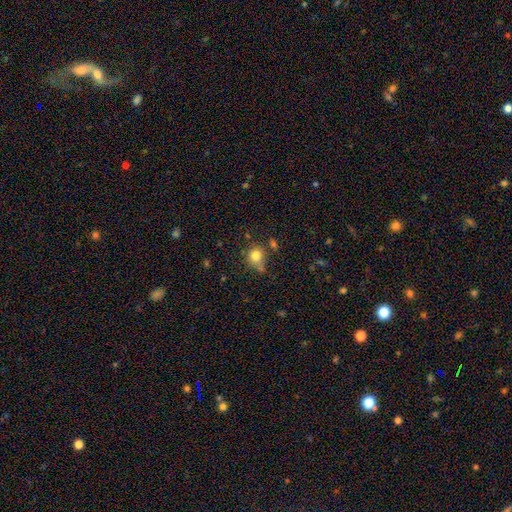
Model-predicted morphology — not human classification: type=smooth (80%); roundness=round (78%); merging=none (59%).